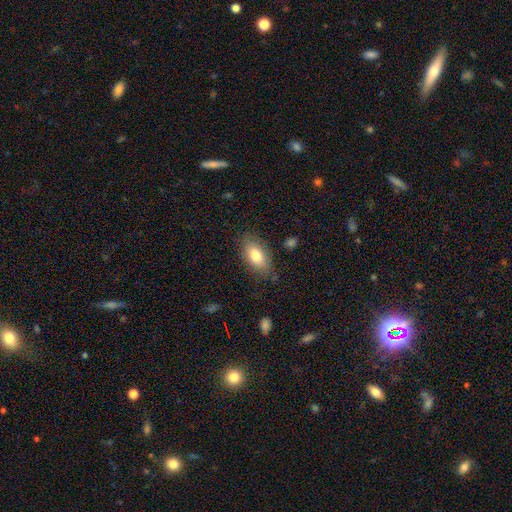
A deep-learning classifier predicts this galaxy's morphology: smooth-or-featured: smooth: 80% | featured or disk: 13% | star or artifact: 7%
  how-rounded: in between: 91% | round: 5% | cigar-shaped: 4%
  merging: none: 80% | minor disturbance: 15% | major disturbance: 4% | merger: 2%